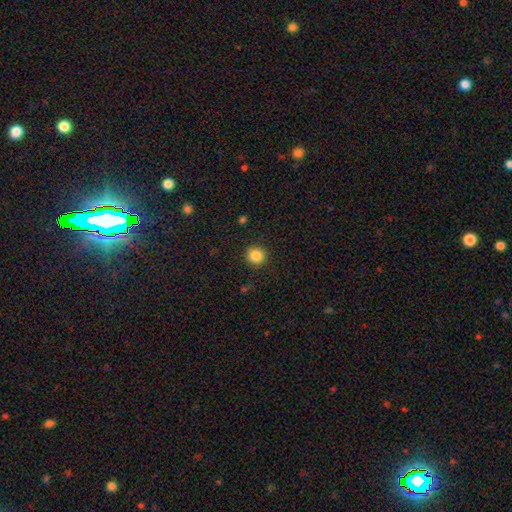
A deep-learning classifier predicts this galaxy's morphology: A smooth galaxy with no disk features (86%) that is round (92%). Merging: none (90%).